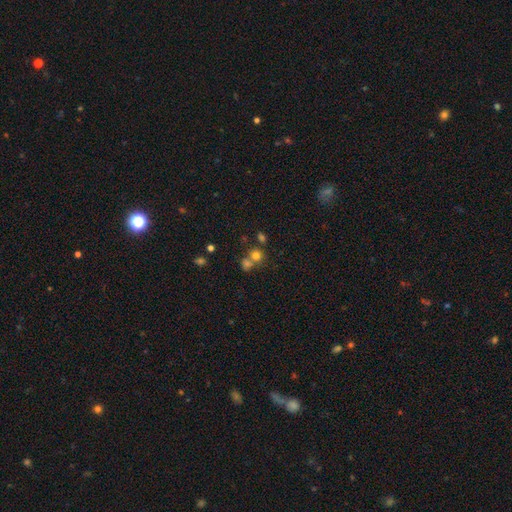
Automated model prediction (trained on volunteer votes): A smooth galaxy with no disk features (70%) that is round (83%).

Vote fractions:
- Smooth or featured? smooth: 70% / star or artifact: 18% / featured or disk: 12%
- How rounded? round: 83% / in between: 16% / cigar-shaped: 1%
- Merging? none: 47% / merger: 42% / minor disturbance: 7% / major disturbance: 4%